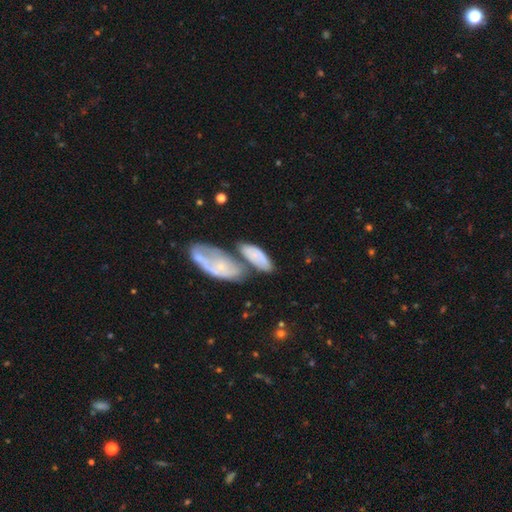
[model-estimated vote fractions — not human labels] Smooth or featured? smooth (56%)
How rounded? in between (84%)
Merging? merger (40%)